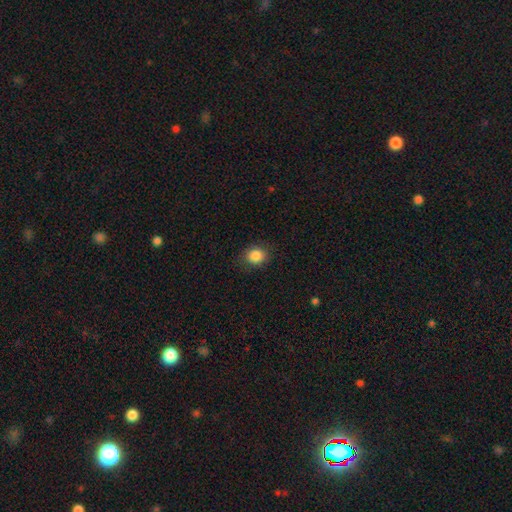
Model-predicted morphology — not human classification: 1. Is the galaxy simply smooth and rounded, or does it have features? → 87% smooth, 10% star or artifact, 4% featured or disk.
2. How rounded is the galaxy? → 72% round, 27% in between, 1% cigar-shaped.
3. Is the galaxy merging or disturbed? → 84% none, 12% minor disturbance, 3% major disturbance, 1% merger.